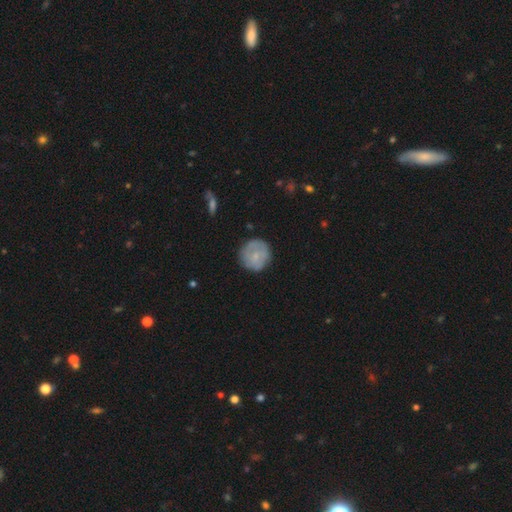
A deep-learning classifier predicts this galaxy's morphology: smooth-or-featured: smooth: 68% | featured or disk: 26% | star or artifact: 7%
  how-rounded: round: 94% | in between: 5% | cigar-shaped: 1%
  merging: none: 80% | minor disturbance: 15% | major disturbance: 4% | merger: 1%